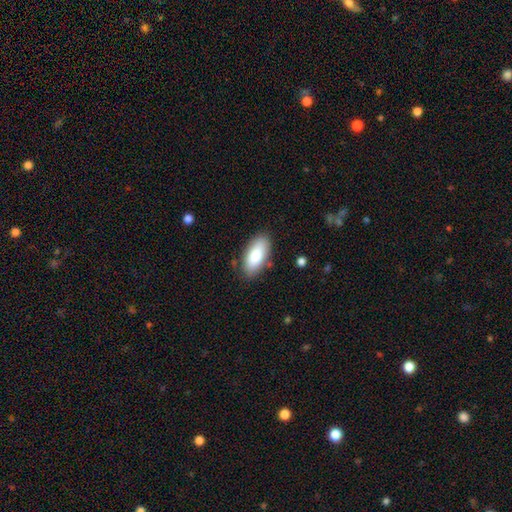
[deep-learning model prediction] Smooth or featured? smooth (83%)
How rounded? in between (89%)
Merging? none (83%)